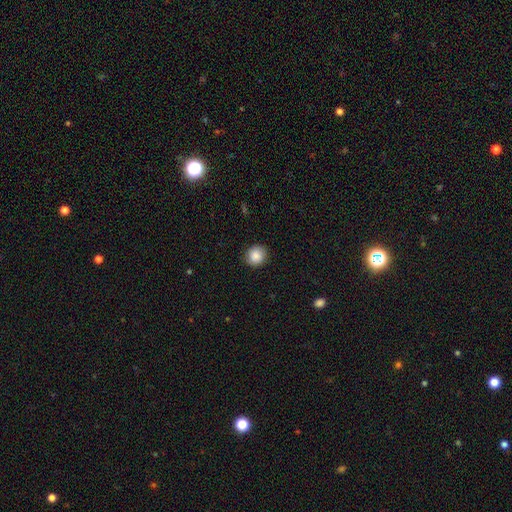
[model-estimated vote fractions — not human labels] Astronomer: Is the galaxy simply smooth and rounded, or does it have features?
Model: smooth — 87%.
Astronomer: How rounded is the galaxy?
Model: round — 84%.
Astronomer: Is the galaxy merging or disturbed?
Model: none — 87%.